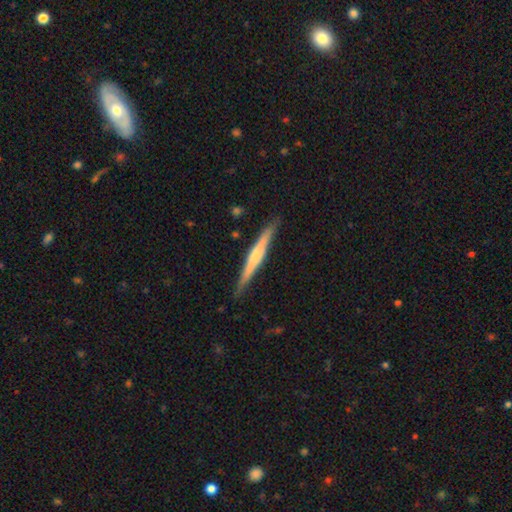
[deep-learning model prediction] A featured or disk galaxy (60%) viewed edge-on (98%) with a rounded central bulge (56%). Merging: none (89%).